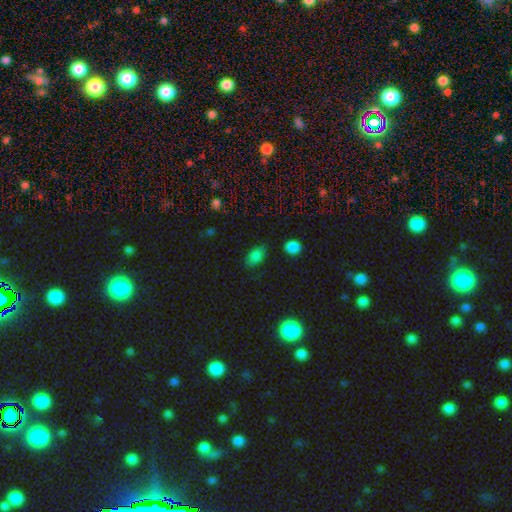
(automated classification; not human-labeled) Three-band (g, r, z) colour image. It shows a smooth galaxy with no disk features (82%) that is in between round and cigar-shaped (89%). Merging: none (77%).